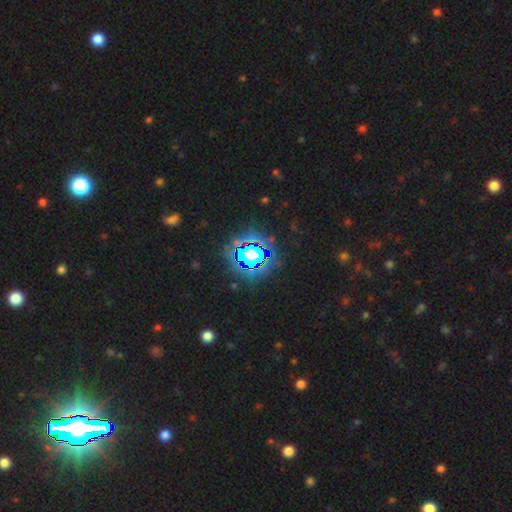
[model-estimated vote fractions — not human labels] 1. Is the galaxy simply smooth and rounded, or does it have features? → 67% star or artifact, 21% smooth, 12% featured or disk.